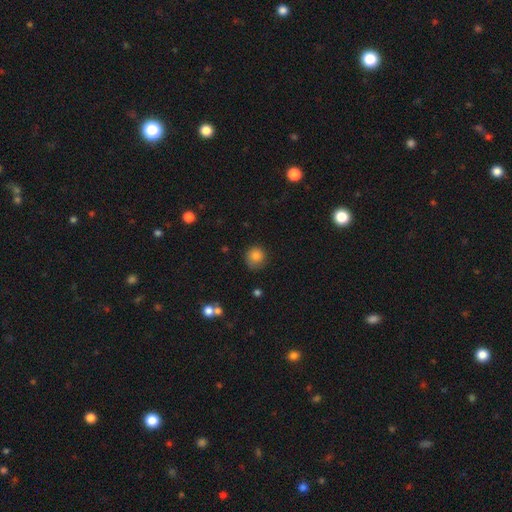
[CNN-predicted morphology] A smooth galaxy with no disk features (82%) that is round (90%). Merging: none (77%).